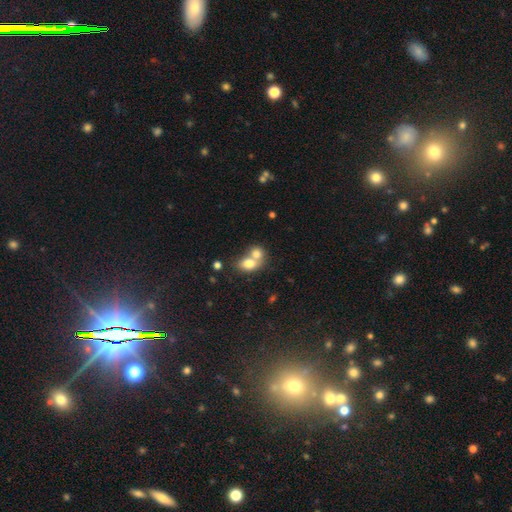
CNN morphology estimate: Smooth or featured? Predicted: smooth (p=0.75). How rounded? Predicted: in between (p=0.60). Merging? Predicted: merger (p=0.69).